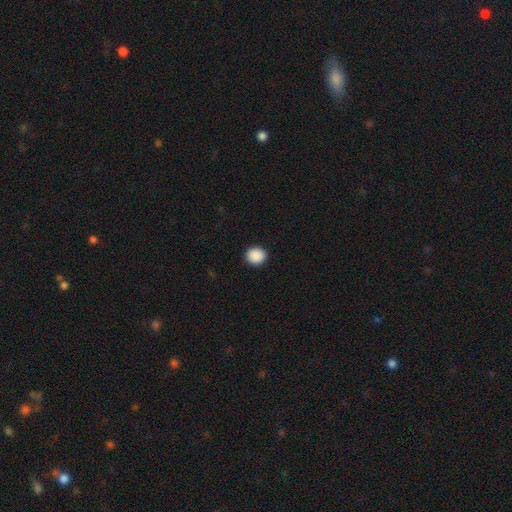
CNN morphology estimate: Smooth or featured: smooth — 90% (star or artifact — 8%)
How rounded: round — 79% (in between — 20%)
Merging: none — 92% (minor disturbance — 5%)